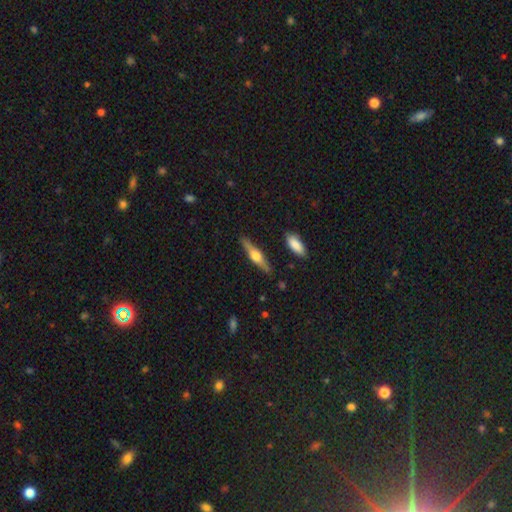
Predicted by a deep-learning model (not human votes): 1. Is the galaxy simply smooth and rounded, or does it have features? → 62% featured or disk, 32% smooth, 6% star or artifact.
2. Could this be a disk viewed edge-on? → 96% yes, 4% no.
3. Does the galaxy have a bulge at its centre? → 93% rounded, 5% boxy, 2% none.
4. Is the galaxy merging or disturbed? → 88% none, 9% minor disturbance, 2% merger, 2% major disturbance.